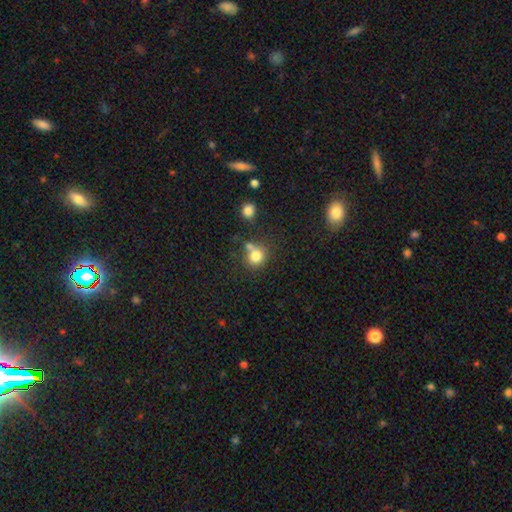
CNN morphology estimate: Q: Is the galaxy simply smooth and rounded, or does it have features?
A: smooth — 79%.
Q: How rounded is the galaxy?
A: round — 82%.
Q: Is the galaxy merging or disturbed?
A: none — 56%.